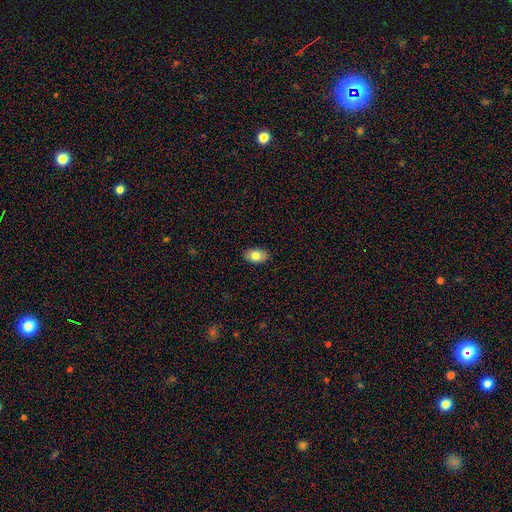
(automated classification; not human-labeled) Smooth or featured? smooth (80%)
How rounded? in between (89%)
Merging? none (87%)